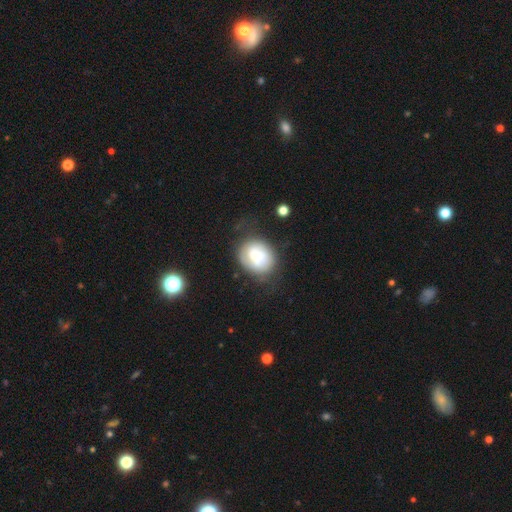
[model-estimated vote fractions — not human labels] Smooth or featured: smooth — 51% (featured or disk — 41%)
How rounded: round — 63% (in between — 36%)
Merging: none — 57% (minor disturbance — 25%)